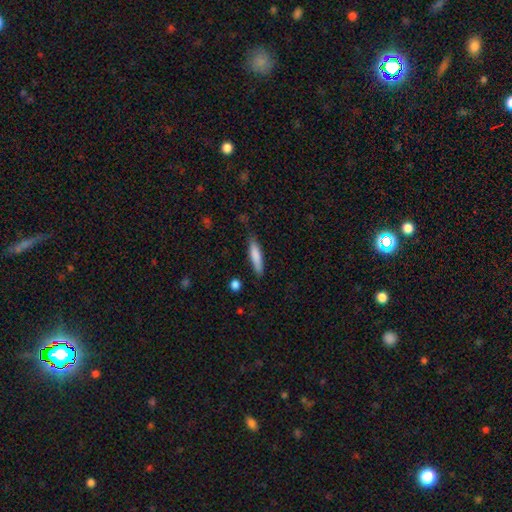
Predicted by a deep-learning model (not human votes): Smooth or featured? smooth (80%)
How rounded? cigar-shaped (80%)
Merging? none (76%)